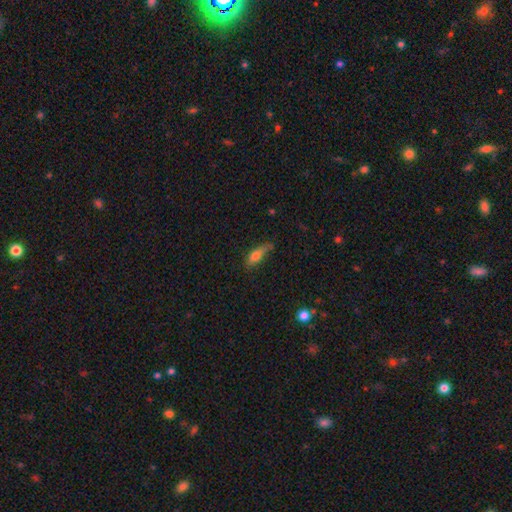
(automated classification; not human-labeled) Q: Smooth or featured?
A: smooth (70%); runner-up: featured or disk (22%)
Q: How rounded?
A: in between (59%); runner-up: cigar-shaped (36%)
Q: Merging?
A: none (44%); runner-up: minor disturbance (35%)